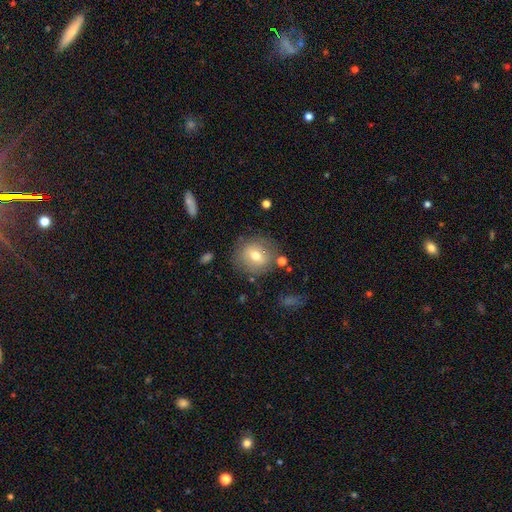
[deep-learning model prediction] smooth 66%, featured or disk 25%, star or artifact 10%. Down the decision tree: how rounded — round (80%); merging — none (78%).